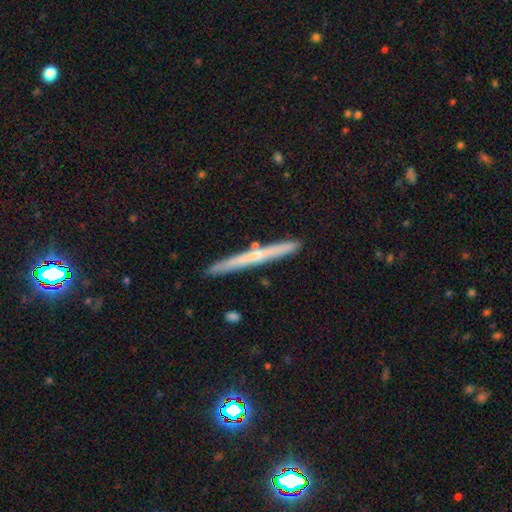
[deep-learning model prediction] Q: Smooth or featured?
A: featured or disk (59%); runner-up: smooth (33%)
Q: Edge-on disk?
A: yes (97%); runner-up: no (3%)
Q: Edge-on bulge?
A: none (57%); runner-up: rounded (39%)
Q: Merging?
A: none (89%); runner-up: minor disturbance (8%)